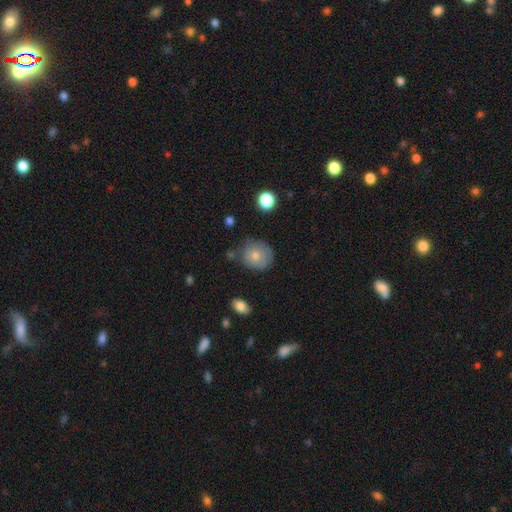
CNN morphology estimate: Smooth or featured? smooth (74%)
How rounded? round (84%)
Merging? none (69%)